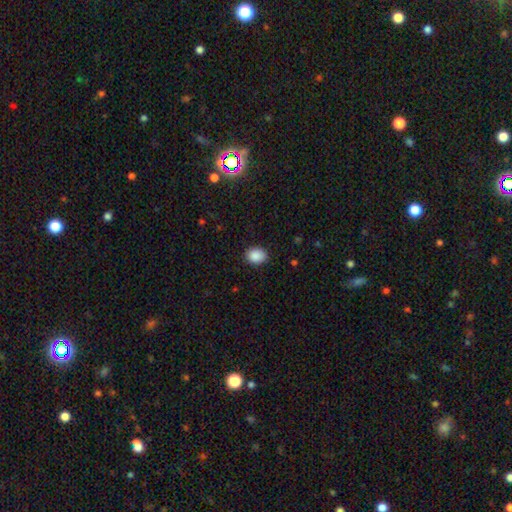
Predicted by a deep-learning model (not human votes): smooth_or_featured: smooth (p=0.89) [alt: star or artifact p=0.08]
how_rounded: in between (p=0.55) [alt: round p=0.44]
merging: none (p=0.87) [alt: minor disturbance p=0.10]